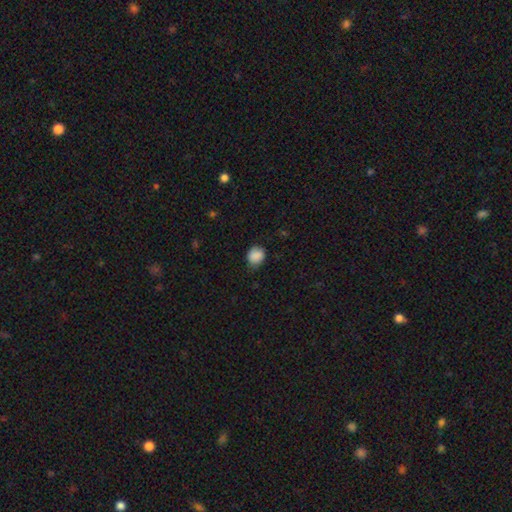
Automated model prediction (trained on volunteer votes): smooth 88%, star or artifact 9%, featured or disk 3%. Down the decision tree: how rounded — round (71%); merging — none (75%).